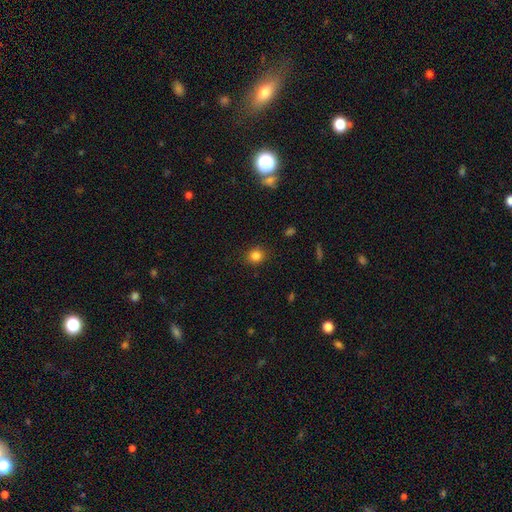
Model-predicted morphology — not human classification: A smooth galaxy with no disk features (84%) that is round (80%).

Vote fractions:
- Smooth or featured? smooth: 84% / star or artifact: 12% / featured or disk: 5%
- How rounded? round: 80% / in between: 19% / cigar-shaped: 1%
- Merging? none: 88% / minor disturbance: 8% / major disturbance: 3% / merger: 1%